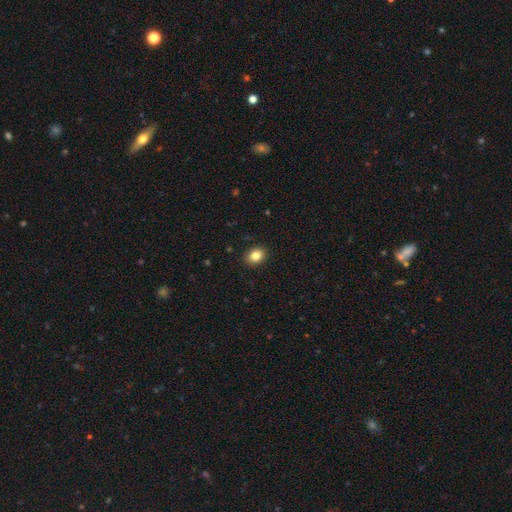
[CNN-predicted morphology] This appears to be a smooth galaxy with no disk features (84%) that is in between round and cigar-shaped (55%). Merging: none (90%).